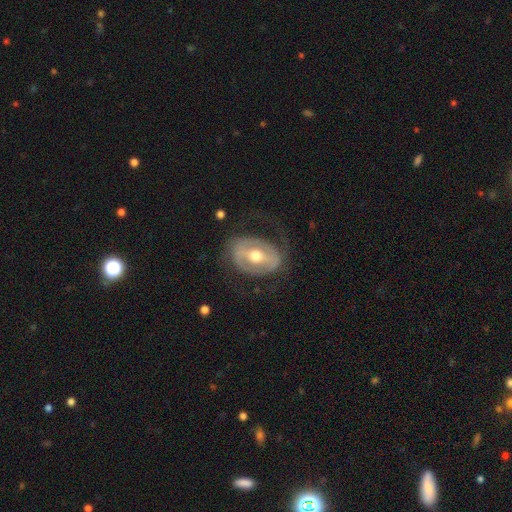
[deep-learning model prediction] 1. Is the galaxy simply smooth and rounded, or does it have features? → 75% featured or disk, 20% smooth, 5% star or artifact.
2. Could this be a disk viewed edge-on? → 94% no, 6% yes.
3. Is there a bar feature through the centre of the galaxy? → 46% strong, 33% weak, 21% no.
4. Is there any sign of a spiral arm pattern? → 54% yes, 46% no.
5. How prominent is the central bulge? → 75% moderate, 15% small, 8% large, 1% dominant, 1% none.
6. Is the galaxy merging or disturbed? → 64% none, 17% minor disturbance, 17% major disturbance, 1% merger.